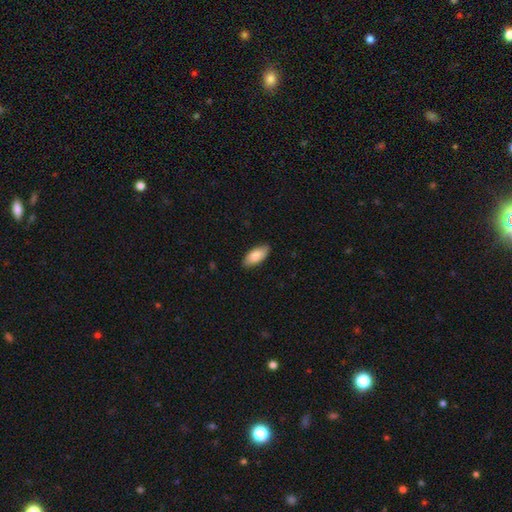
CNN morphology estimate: A smooth galaxy with no disk features (86%) that is in between round and cigar-shaped (88%).

Vote fractions:
- Smooth or featured? smooth: 86% / featured or disk: 9% / star or artifact: 6%
- How rounded? in between: 88% / cigar-shaped: 10% / round: 2%
- Merging? none: 86% / minor disturbance: 11% / major disturbance: 2% / merger: 1%